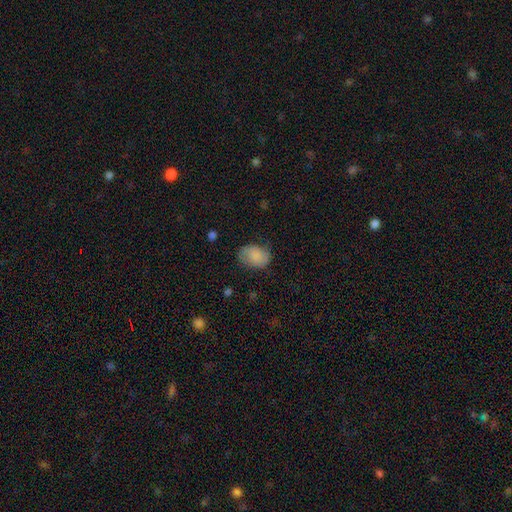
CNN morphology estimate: smooth-or-featured: smooth: 78% | featured or disk: 14% | star or artifact: 8%
  how-rounded: in between: 69% | round: 30% | cigar-shaped: 1%
  merging: none: 62% | minor disturbance: 27% | major disturbance: 10% | merger: 2%